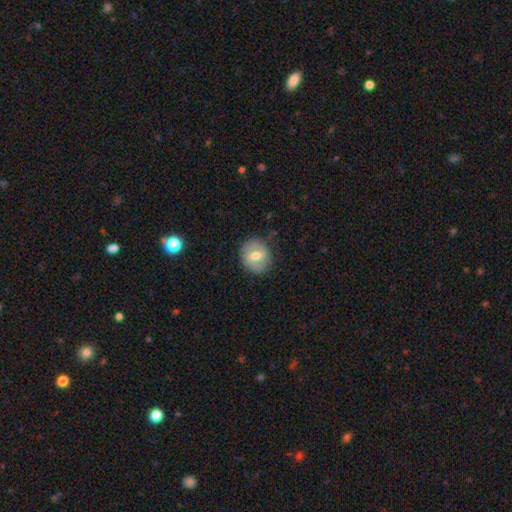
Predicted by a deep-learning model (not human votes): The model was most divided on "smooth or featured": smooth: 51%, featured or disk: 41%, star or artifact: 8%. More confident: merging — none (83%); how rounded — round (80%).